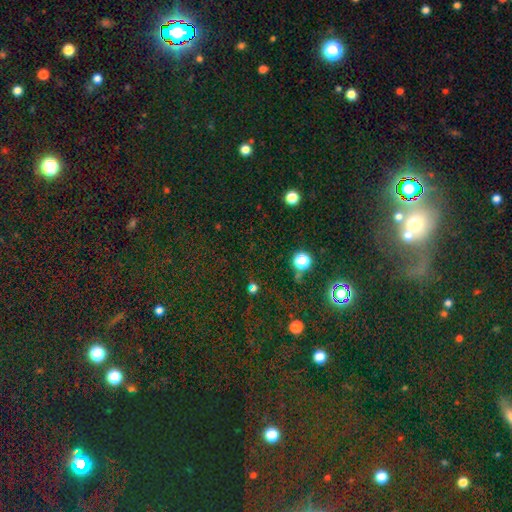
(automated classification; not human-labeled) Smooth or featured?
  - star or artifact: 70% *
  - smooth: 20%
  - featured or disk: 10%